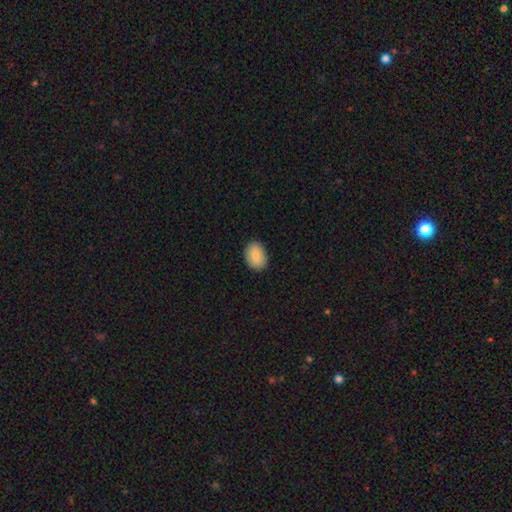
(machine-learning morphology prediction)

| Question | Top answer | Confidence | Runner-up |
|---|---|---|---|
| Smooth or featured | smooth | 85% | featured or disk (7%) |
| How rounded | in between | 77% | round (22%) |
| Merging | none | 89% | minor disturbance (8%) |